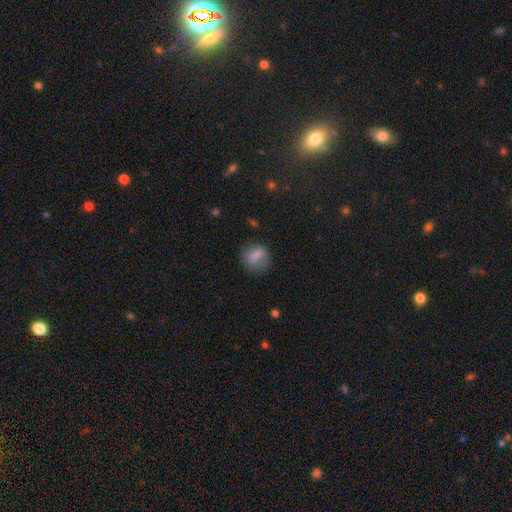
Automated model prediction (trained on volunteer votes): Smooth or featured?
  - smooth: 77% *
  - featured or disk: 14%
  - star or artifact: 10%
How rounded?
  - round: 61% *
  - in between: 36%
  - cigar-shaped: 3%
Merging?
  - none: 69% *
  - minor disturbance: 20%
  - major disturbance: 9%
  - merger: 2%